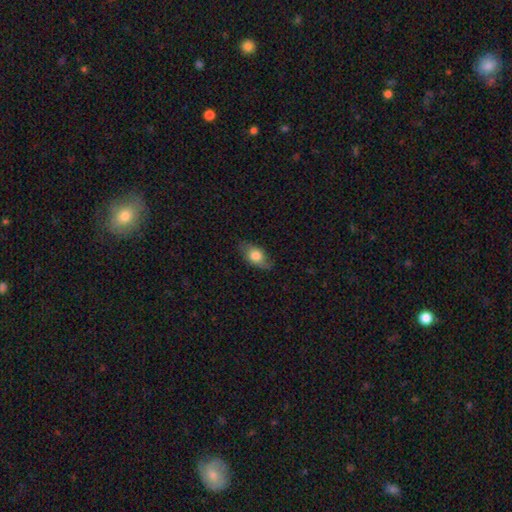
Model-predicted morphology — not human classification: This is likely a smooth galaxy (69%). How rounded: clearly in between (87%). Merging: likely none (73%).